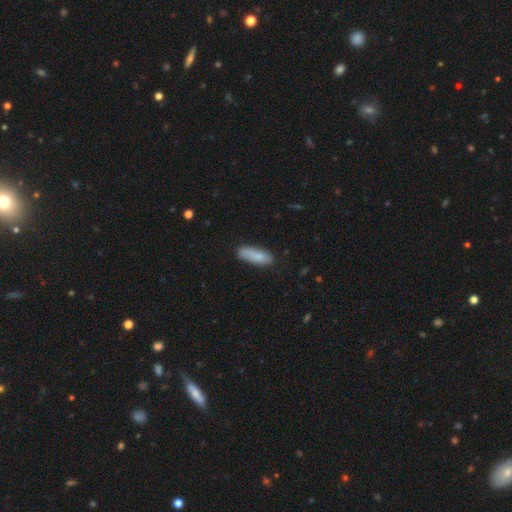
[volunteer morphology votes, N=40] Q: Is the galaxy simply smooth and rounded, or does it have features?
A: smooth — 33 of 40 (82%).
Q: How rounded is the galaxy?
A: cigar-shaped — 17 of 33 (52%).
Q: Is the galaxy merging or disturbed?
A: none — 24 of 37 (65%).